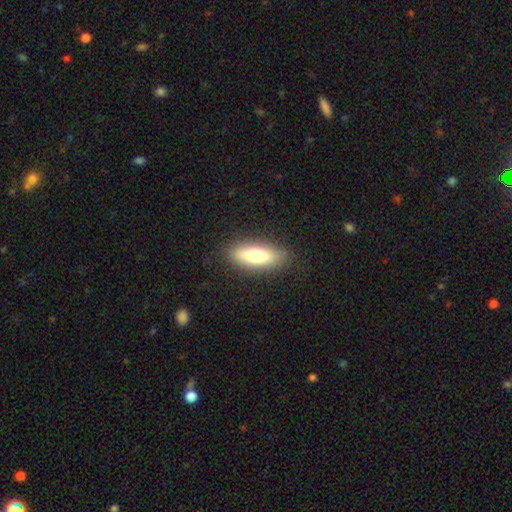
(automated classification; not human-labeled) Smooth or featured? smooth (72%)
How rounded? in between (62%)
Merging? none (86%)